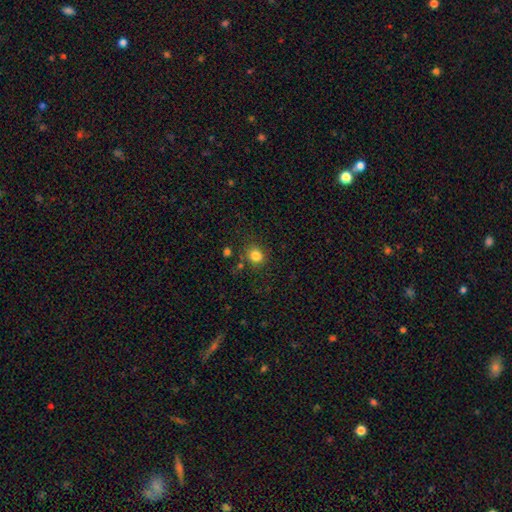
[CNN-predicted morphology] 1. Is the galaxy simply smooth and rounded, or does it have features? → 83% smooth, 12% star or artifact, 5% featured or disk.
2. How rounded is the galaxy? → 81% round, 18% in between, 1% cigar-shaped.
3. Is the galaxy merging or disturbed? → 83% none, 10% minor disturbance, 4% merger, 3% major disturbance.